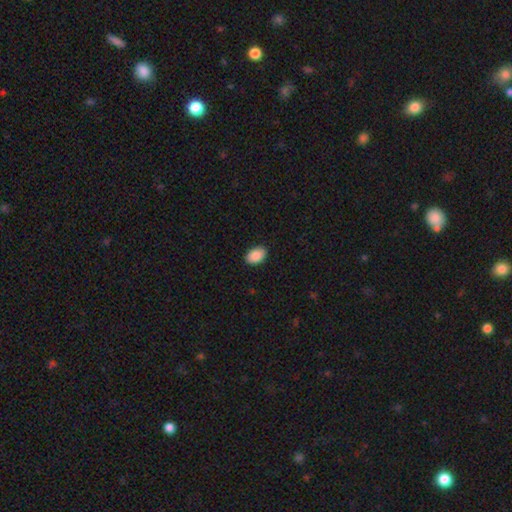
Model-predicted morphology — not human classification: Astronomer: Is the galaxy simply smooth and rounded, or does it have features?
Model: smooth — 90%.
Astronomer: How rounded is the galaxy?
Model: in between — 89%.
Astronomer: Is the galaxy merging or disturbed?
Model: none — 89%.